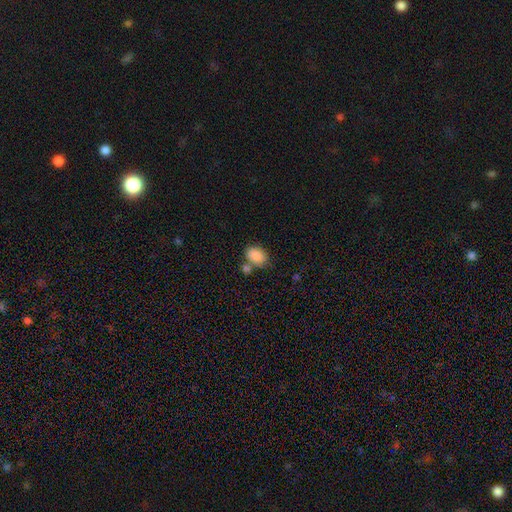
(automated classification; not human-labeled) smooth 87%, star or artifact 8%, featured or disk 5%. Down the decision tree: how rounded — in between (82%); merging — none (57%).